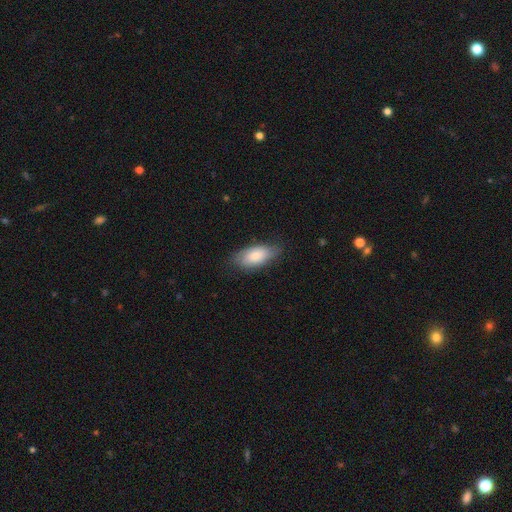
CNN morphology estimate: This appears to be a smooth galaxy with no disk features (76%) that is in between round and cigar-shaped (89%). Merging: none (73%).